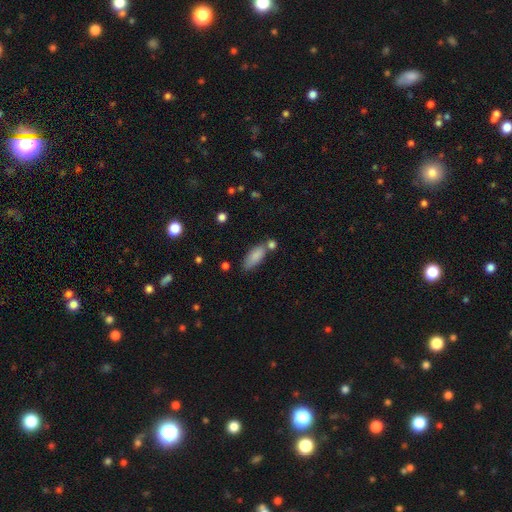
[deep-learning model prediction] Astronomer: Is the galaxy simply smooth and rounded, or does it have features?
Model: smooth — 85%.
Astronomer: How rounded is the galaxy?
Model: in between — 78%.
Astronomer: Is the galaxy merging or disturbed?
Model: none — 57%.